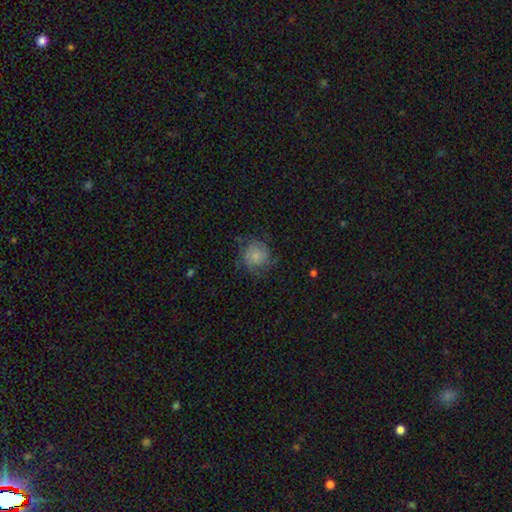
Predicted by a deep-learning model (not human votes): Overall: smooth (67%). How rounded: round (87%). Merging: none (62%; minor disturbance 23%).